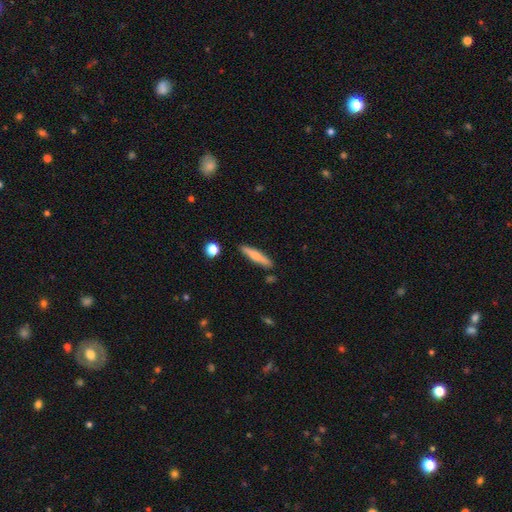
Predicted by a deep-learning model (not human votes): smooth-or-featured: smooth: 62% | featured or disk: 32% | star or artifact: 6%
  how-rounded: cigar-shaped: 89% | in between: 10% | round: 2%
  merging: none: 86% | minor disturbance: 10% | merger: 3% | major disturbance: 2%